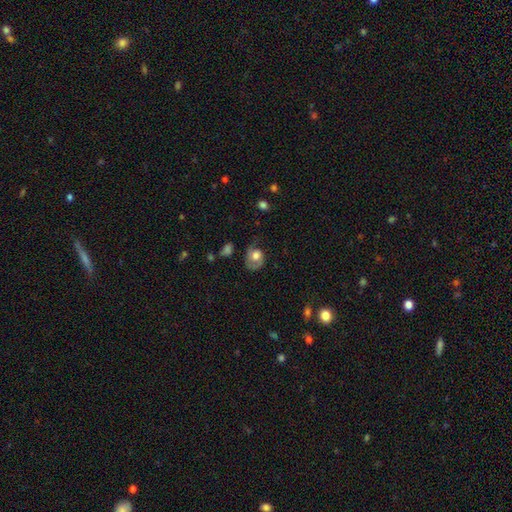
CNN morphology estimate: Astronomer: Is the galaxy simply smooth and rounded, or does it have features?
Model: smooth — 50% (runner-up: featured or disk, 42%).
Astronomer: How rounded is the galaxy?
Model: in between — 51% (runner-up: round, 48%).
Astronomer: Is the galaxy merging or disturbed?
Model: none — 43% (runner-up: minor disturbance, 30%).